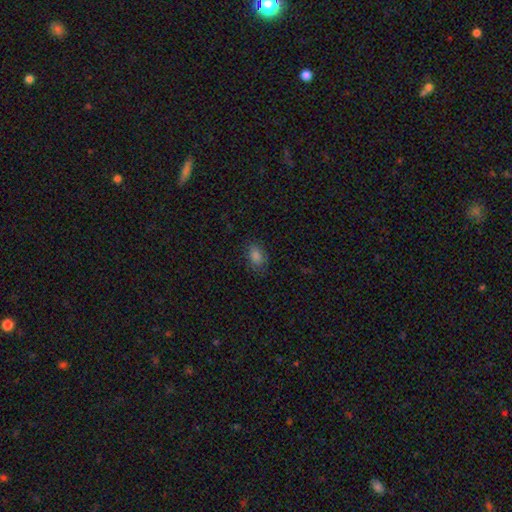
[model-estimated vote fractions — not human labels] Smooth or featured? Predicted: smooth (p=0.81). How rounded? Predicted: in between (p=0.81). Merging? Predicted: none (p=0.83).